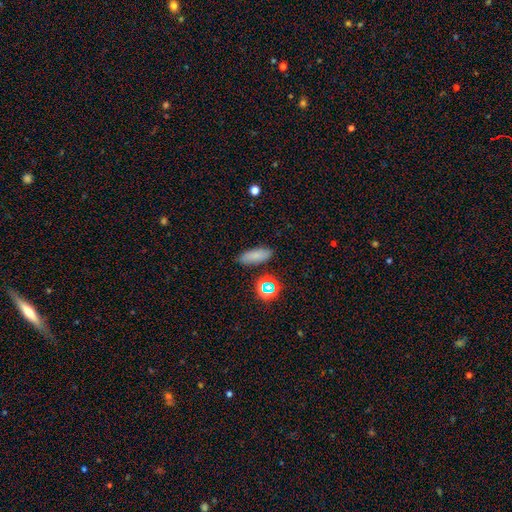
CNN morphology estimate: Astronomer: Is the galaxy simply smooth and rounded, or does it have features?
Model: smooth — 78%.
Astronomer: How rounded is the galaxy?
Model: in between — 64%.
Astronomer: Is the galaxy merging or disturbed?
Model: none — 84%.